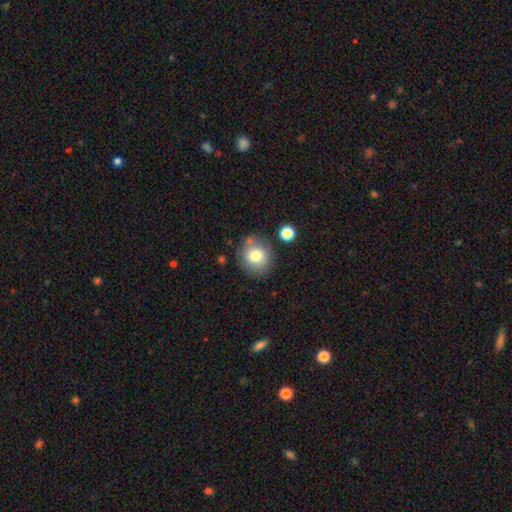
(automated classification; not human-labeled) Overall: smooth (77%). How rounded: round (82%). Merging: none (77%).